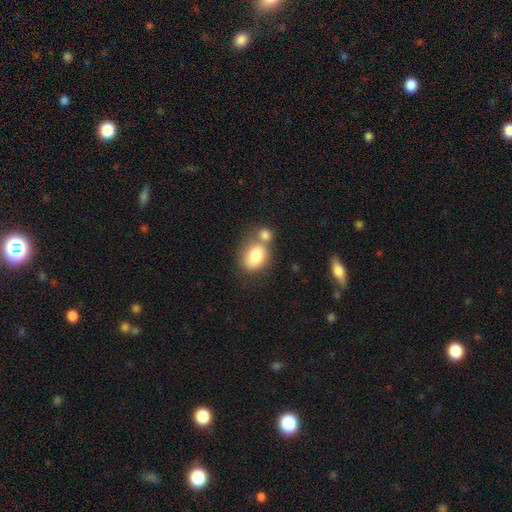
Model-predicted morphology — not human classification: Smooth or featured? smooth (80%)
How rounded? in between (69%)
Merging? merger (45%)